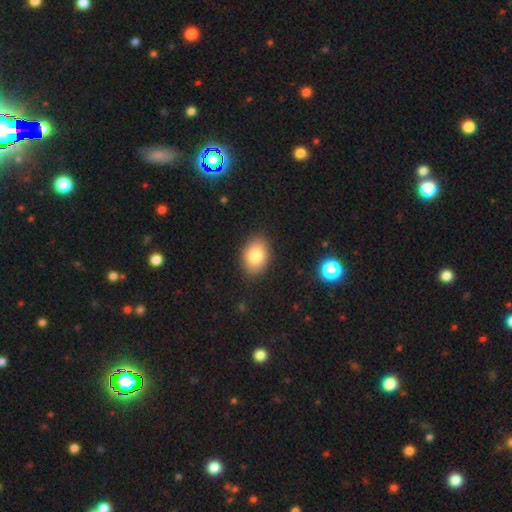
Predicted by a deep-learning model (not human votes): A smooth galaxy with no disk features (82%) that is in between round and cigar-shaped (81%).

Vote fractions:
- Smooth or featured? smooth: 82% / featured or disk: 9% / star or artifact: 8%
- How rounded? in between: 81% / round: 18% / cigar-shaped: 1%
- Merging? none: 86% / minor disturbance: 10% / major disturbance: 2% / merger: 1%